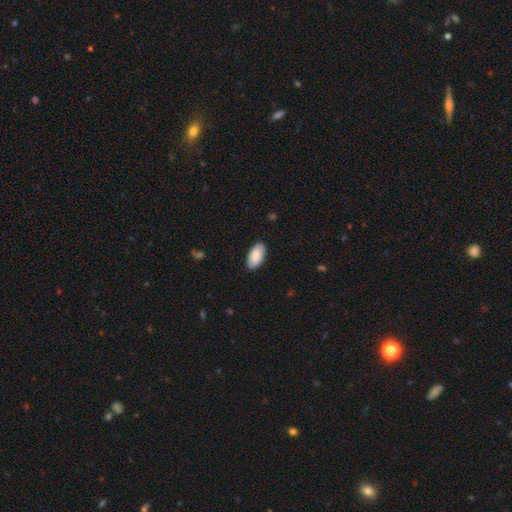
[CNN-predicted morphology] smooth-or-featured: smooth: 86% | featured or disk: 9% | star or artifact: 5%
  how-rounded: in between: 95% | cigar-shaped: 3% | round: 2%
  merging: none: 87% | minor disturbance: 10% | major disturbance: 2% | merger: 1%